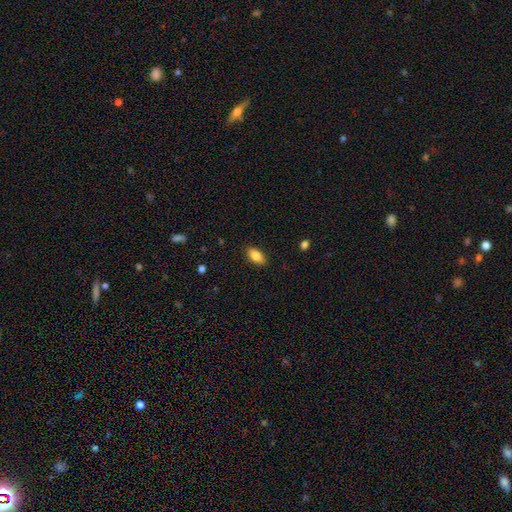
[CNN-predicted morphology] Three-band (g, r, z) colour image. It shows a smooth galaxy with no disk features (85%) that is in between round and cigar-shaped (91%). Merging: none (88%).